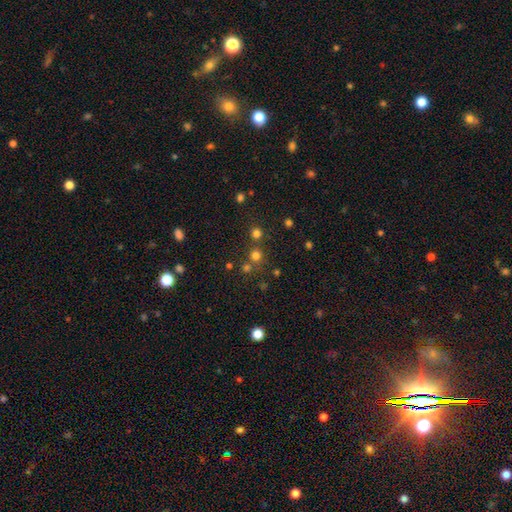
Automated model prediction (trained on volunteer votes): Smooth or featured?
  - smooth: 69% *
  - star or artifact: 24%
  - featured or disk: 7%
How rounded?
  - round: 92% *
  - in between: 7%
  - cigar-shaped: 1%
Merging?
  - none: 72% *
  - merger: 18%
  - minor disturbance: 7%
  - major disturbance: 3%